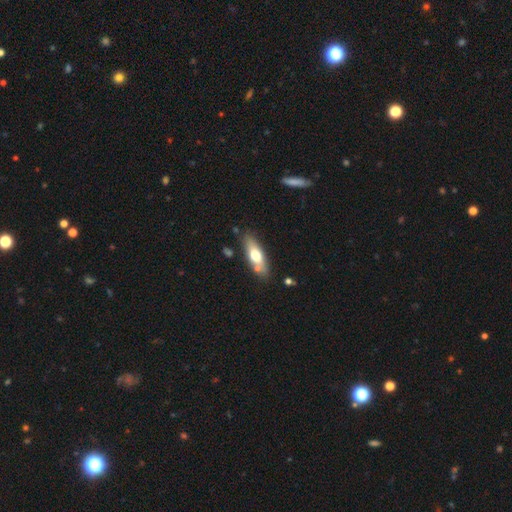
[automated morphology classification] smooth-or-featured: smooth: 61% | featured or disk: 33% | star or artifact: 6%
  how-rounded: in between: 59% | cigar-shaped: 39% | round: 3%
  merging: none: 77% | minor disturbance: 14% | merger: 7% | major disturbance: 3%